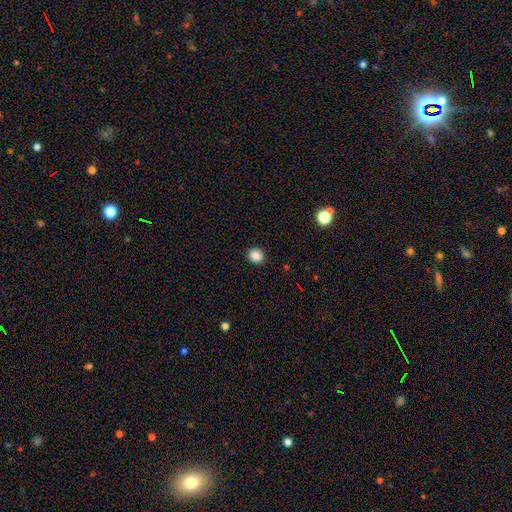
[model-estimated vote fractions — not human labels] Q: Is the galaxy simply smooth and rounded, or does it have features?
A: smooth — 87%.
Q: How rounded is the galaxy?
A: round — 88%.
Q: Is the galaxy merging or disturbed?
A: none — 92%.